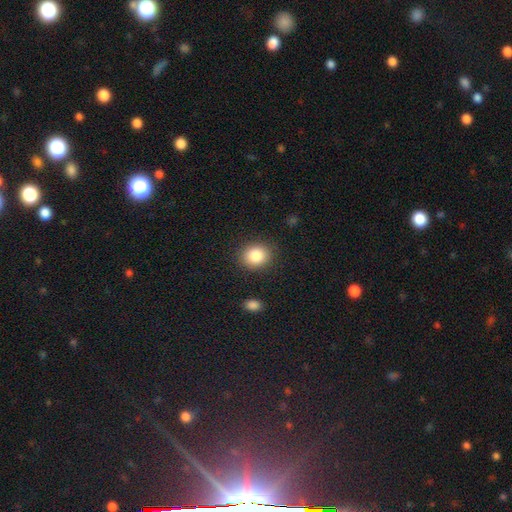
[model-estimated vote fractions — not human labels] Overall: smooth (85%). How rounded: round (66%; in between 33%). Merging: none (87%).